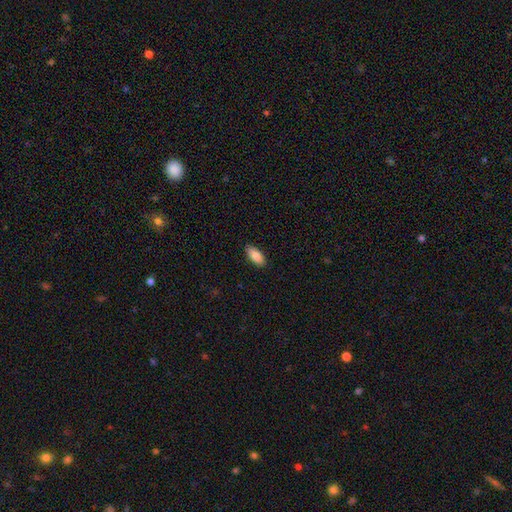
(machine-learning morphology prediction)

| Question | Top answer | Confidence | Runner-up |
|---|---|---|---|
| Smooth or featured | smooth | 86% | featured or disk (8%) |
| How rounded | in between | 89% | cigar-shaped (9%) |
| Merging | none | 88% | minor disturbance (9%) |